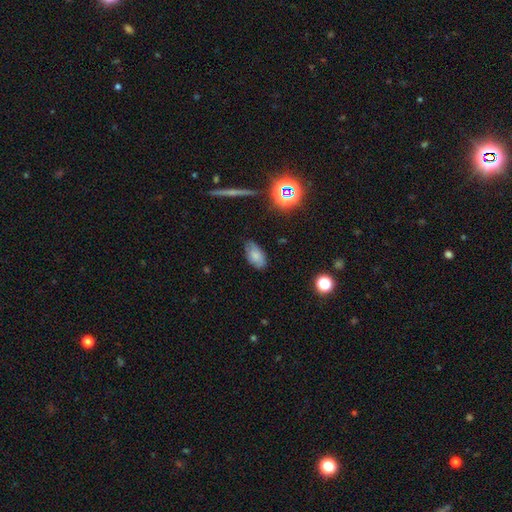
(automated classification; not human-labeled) Smooth or featured: smooth — 73% (featured or disk — 16%)
How rounded: in between — 93% (round — 5%)
Merging: none — 76% (minor disturbance — 19%)